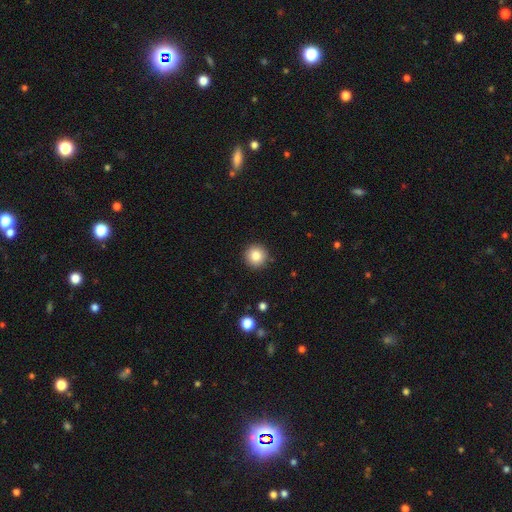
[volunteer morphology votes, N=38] Volunteers were most divided on "smooth or featured": smooth: 87%, star or artifact: 8%, featured or disk: 5%. More confident: how rounded — round (100%); merging — none (91%).